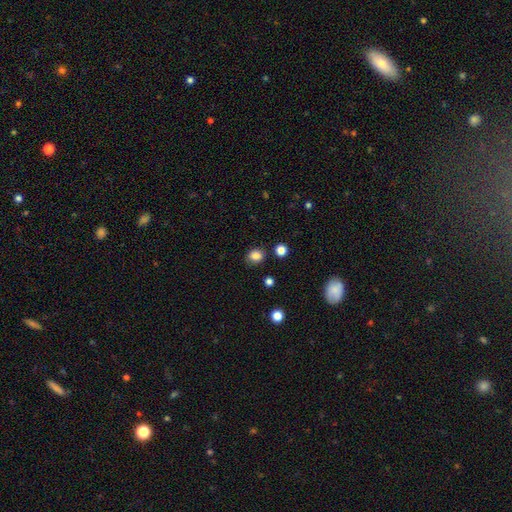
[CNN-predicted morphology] A smooth galaxy with no disk features (84%) that is round (62%). Merging: none (83%).